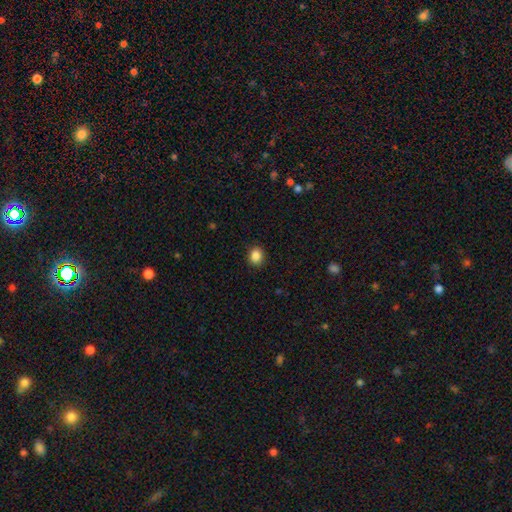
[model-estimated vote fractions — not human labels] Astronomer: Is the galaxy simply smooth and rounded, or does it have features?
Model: smooth — 87%.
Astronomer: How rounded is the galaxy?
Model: round — 68%.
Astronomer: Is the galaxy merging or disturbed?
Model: none — 90%.